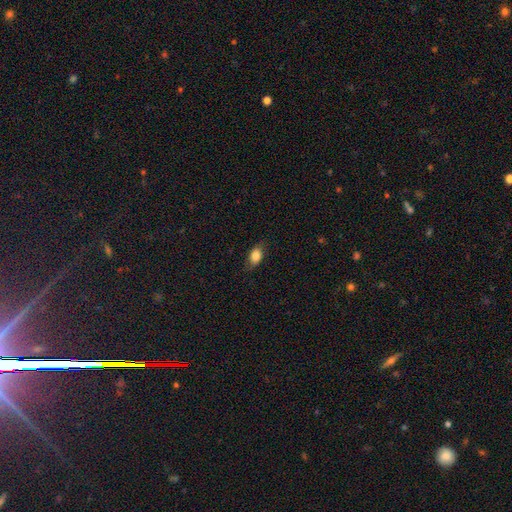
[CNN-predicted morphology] Smooth or featured: smooth — 82% (featured or disk — 10%)
How rounded: in between — 84% (round — 11%)
Merging: none — 78% (minor disturbance — 17%)